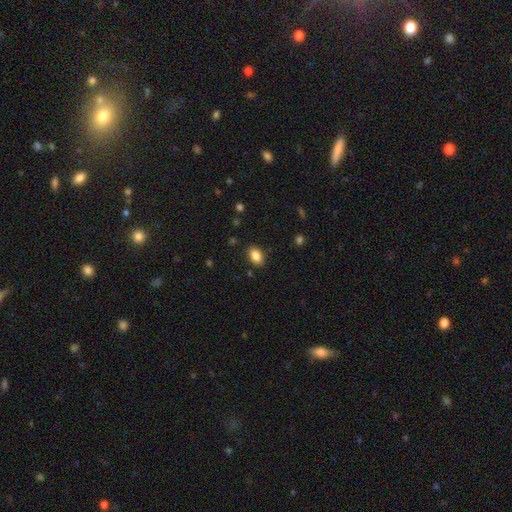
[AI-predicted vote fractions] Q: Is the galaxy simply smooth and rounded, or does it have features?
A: smooth — 87%.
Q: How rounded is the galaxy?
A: in between — 88%.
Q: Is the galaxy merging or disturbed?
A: none — 86%.